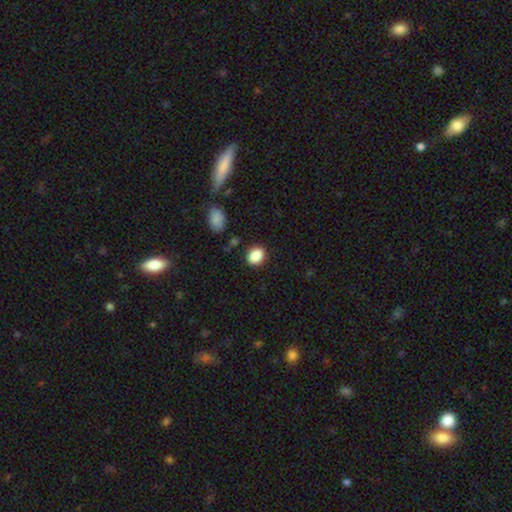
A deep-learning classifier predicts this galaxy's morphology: Smooth or featured?
  - smooth: 87% *
  - star or artifact: 9%
  - featured or disk: 4%
How rounded?
  - in between: 57% *
  - round: 42%
  - cigar-shaped: 1%
Merging?
  - none: 85% *
  - minor disturbance: 10%
  - major disturbance: 3%
  - merger: 2%